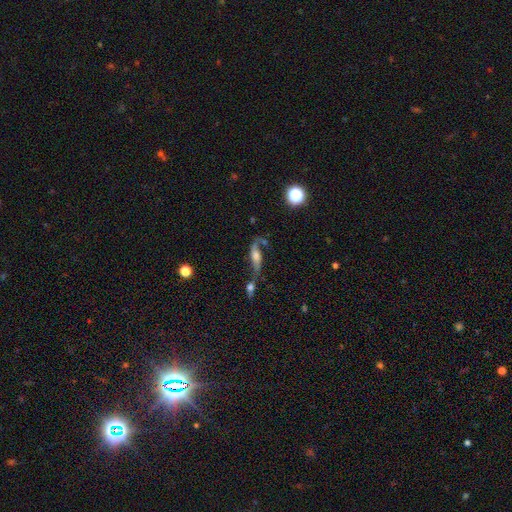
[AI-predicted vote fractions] featured or disk 62%, smooth 27%, star or artifact 11%. Down the decision tree: edge-on disk — no (73%); merging — none (37%).